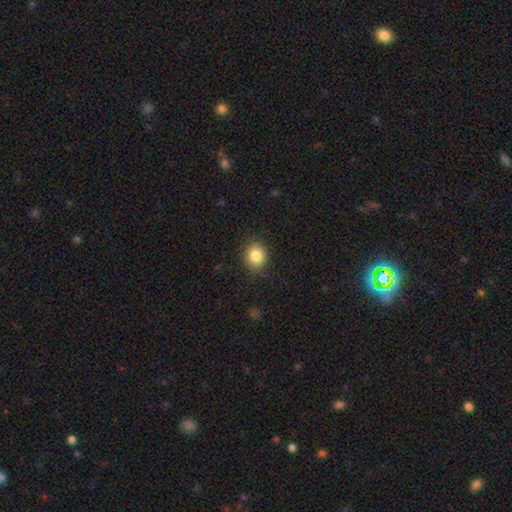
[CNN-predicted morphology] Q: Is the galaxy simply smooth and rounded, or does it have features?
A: smooth — 85%.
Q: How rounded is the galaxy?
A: round — 66%.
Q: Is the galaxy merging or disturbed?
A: none — 85%.